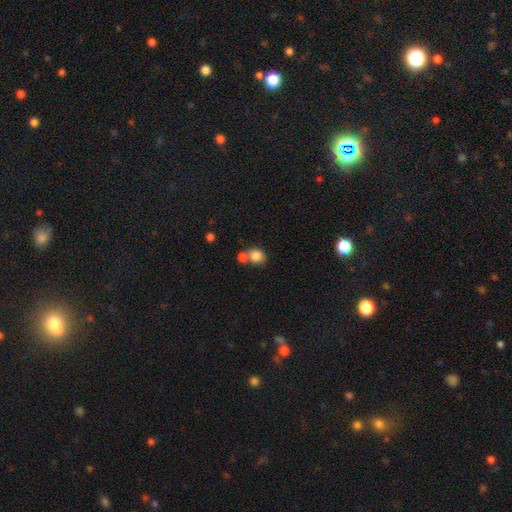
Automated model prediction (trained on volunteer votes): smooth-or-featured: smooth: 83% | star or artifact: 9% | featured or disk: 7%
  how-rounded: round: 74% | in between: 25% | cigar-shaped: 1%
  merging: none: 48% | merger: 38% | minor disturbance: 10% | major disturbance: 4%